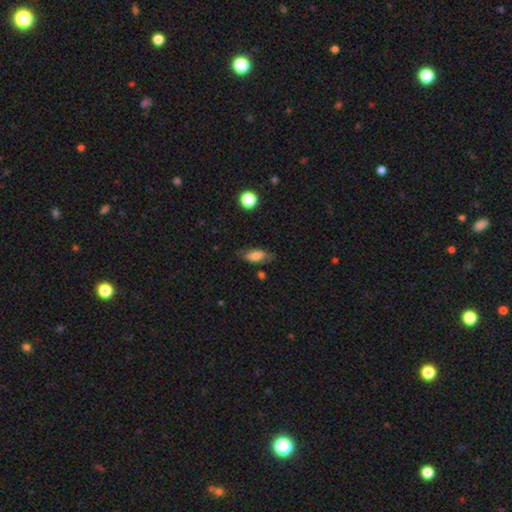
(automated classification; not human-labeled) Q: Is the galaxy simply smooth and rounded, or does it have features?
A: smooth — 73%.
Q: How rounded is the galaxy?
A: in between — 83%.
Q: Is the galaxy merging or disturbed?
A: none — 66%.